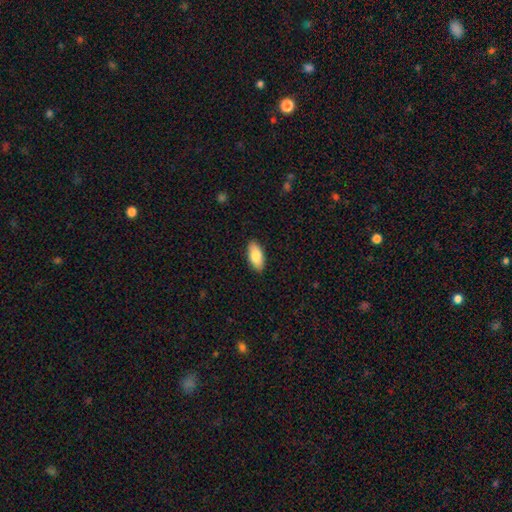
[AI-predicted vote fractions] Overall: smooth (83%). How rounded: in between (90%). Merging: none (89%).